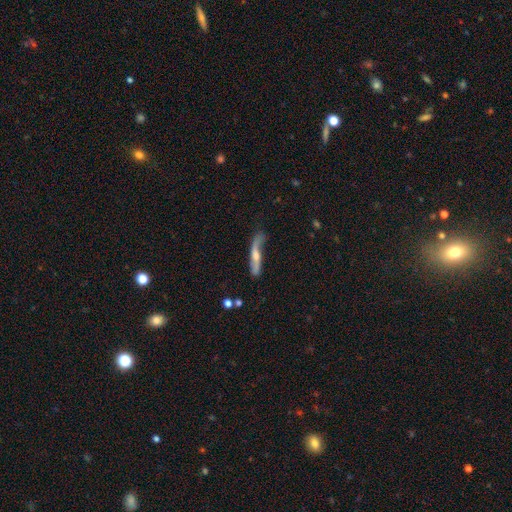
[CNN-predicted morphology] A featured or disk galaxy (60%). Merging: none (46%).